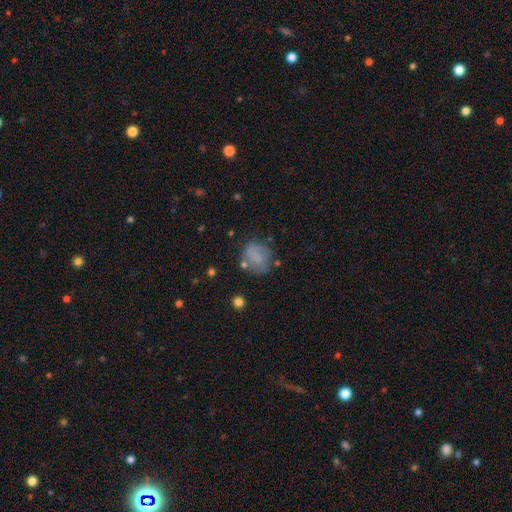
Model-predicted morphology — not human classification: Overall: smooth (69%). How rounded: round (58%; in between 40%). Merging: none (60%; minor disturbance 23%).